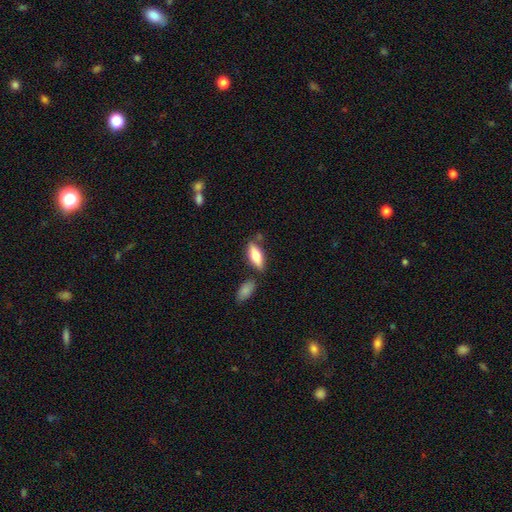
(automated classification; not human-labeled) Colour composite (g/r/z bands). It shows a smooth galaxy with no disk features (69%) that is in between round and cigar-shaped (63%). Merging: none (71%).